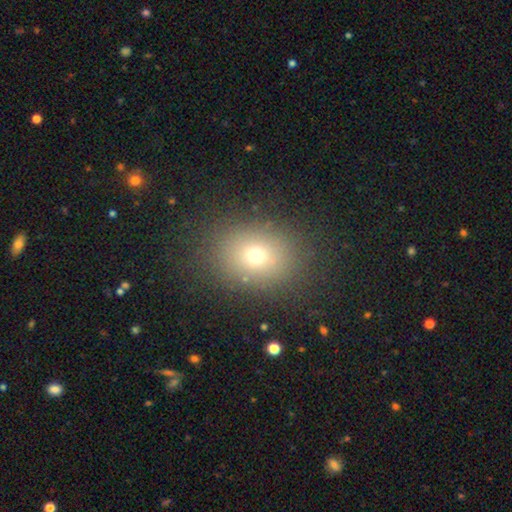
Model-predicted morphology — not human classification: smooth 69%, star or artifact 18%, featured or disk 13%. Down the decision tree: how rounded — in between (50%); merging — none (85%).